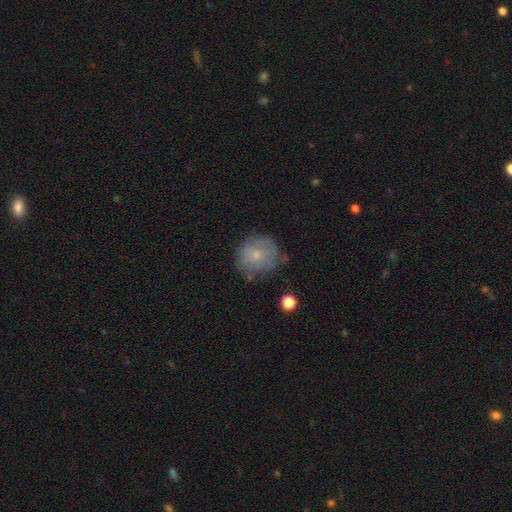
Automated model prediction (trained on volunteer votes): A smooth galaxy with no disk features (65%) that is round (85%).

Vote fractions:
- Smooth or featured? smooth: 65% / featured or disk: 25% / star or artifact: 10%
- How rounded? round: 85% / in between: 14% / cigar-shaped: 1%
- Merging? none: 66% / minor disturbance: 23% / major disturbance: 8% / merger: 3%